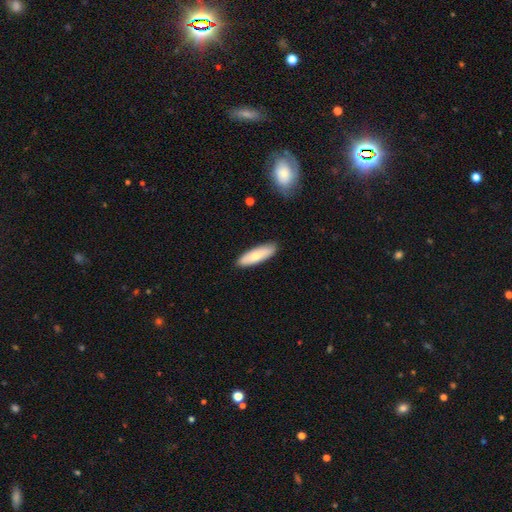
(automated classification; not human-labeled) A smooth galaxy with no disk features (76%) that is in between round and cigar-shaped (53%).

Vote fractions:
- Smooth or featured? smooth: 76% / featured or disk: 19% / star or artifact: 5%
- How rounded? in between: 53% / cigar-shaped: 45% / round: 2%
- Merging? none: 88% / minor disturbance: 9% / major disturbance: 2% / merger: 1%